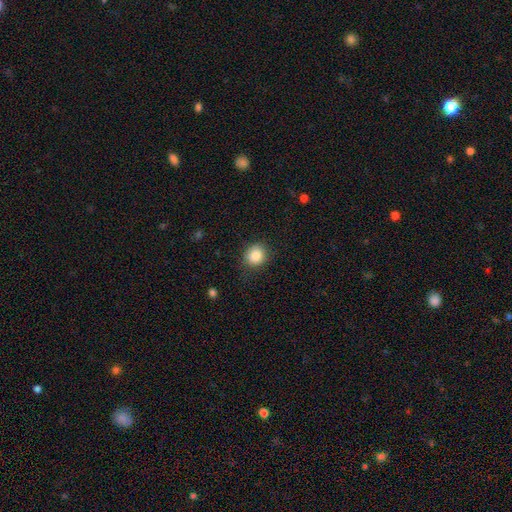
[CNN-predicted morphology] Smooth or featured? Predicted: smooth (p=0.85). How rounded? Predicted: round (p=0.81). Merging? Predicted: none (p=0.84).